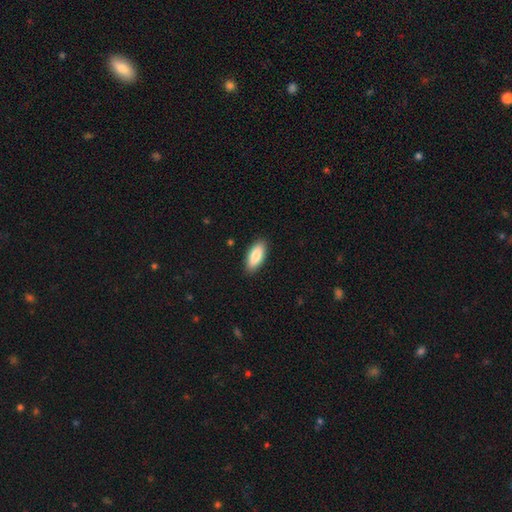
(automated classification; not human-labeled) Smooth or featured?
  - smooth: 87% *
  - featured or disk: 8%
  - star or artifact: 6%
How rounded?
  - in between: 84% *
  - cigar-shaped: 14%
  - round: 2%
Merging?
  - none: 89% *
  - minor disturbance: 9%
  - major disturbance: 2%
  - merger: 1%